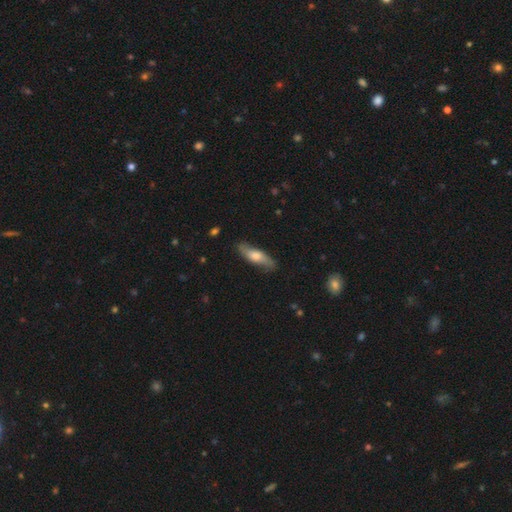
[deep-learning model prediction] smooth-or-featured: smooth: 50% | featured or disk: 44% | star or artifact: 6%
  how-rounded: cigar-shaped: 53% | in between: 45% | round: 3%
  merging: none: 80% | minor disturbance: 15% | major disturbance: 3% | merger: 1%